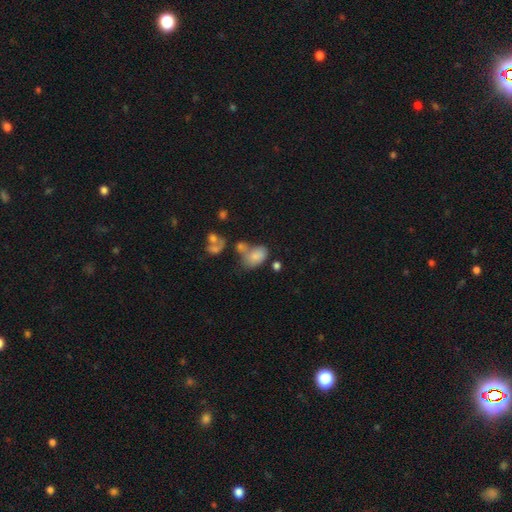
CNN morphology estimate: Smooth or featured? Predicted: smooth (p=0.76). How rounded? Predicted: in between (p=0.84). Merging? Predicted: merger (p=0.42).